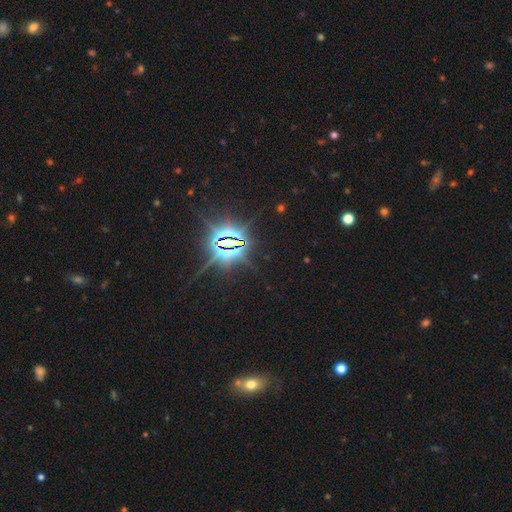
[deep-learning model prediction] smooth-or-featured: star or artifact: 79% | smooth: 14% | featured or disk: 8%